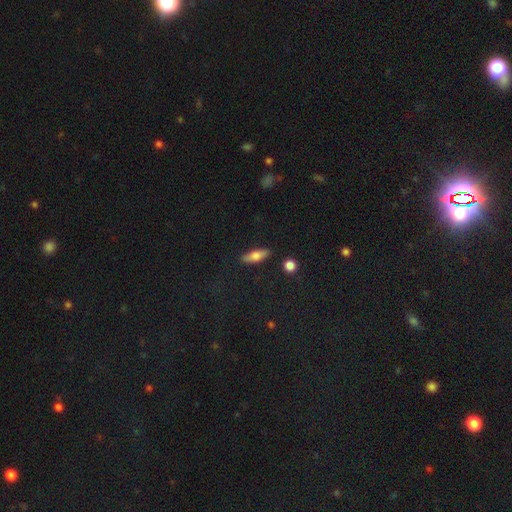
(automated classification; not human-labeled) Q: Smooth or featured?
A: smooth (69%); runner-up: featured or disk (23%)
Q: How rounded?
A: in between (55%); runner-up: cigar-shaped (42%)
Q: Merging?
A: none (86%); runner-up: minor disturbance (10%)